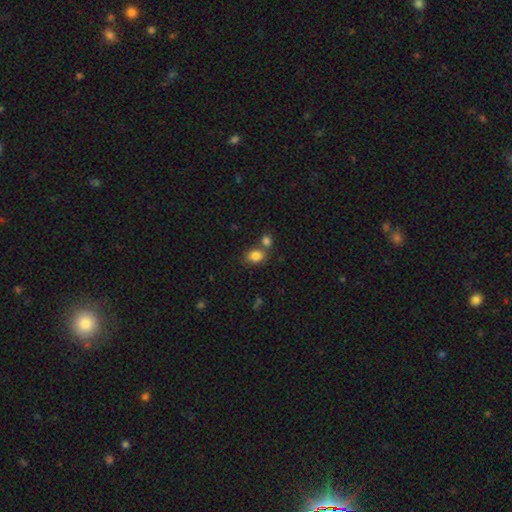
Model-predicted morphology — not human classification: This is clearly a smooth galaxy (83%). How rounded: likely in between (65%). Merging: possibly none (55%).